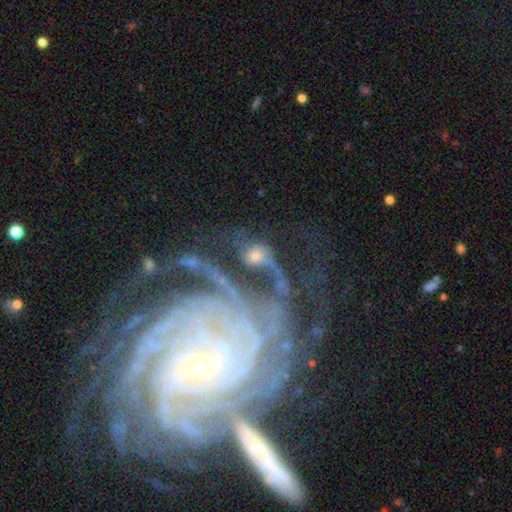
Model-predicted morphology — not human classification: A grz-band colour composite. It shows a featured or disk galaxy (74%) with no bar (59%), can't tell (25%, tied with 2) tight (53%) spiral arms (92%) and a small central bulge (60%). Merging: none (48%).